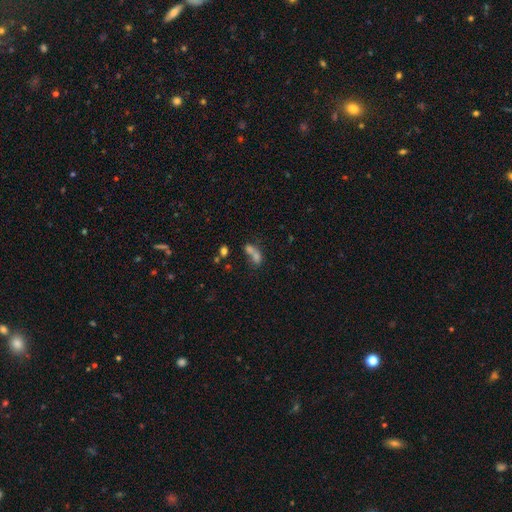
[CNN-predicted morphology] Overall: smooth (65%). How rounded: in between (63%; round 29%). Merging: merger (63%; none 24%).